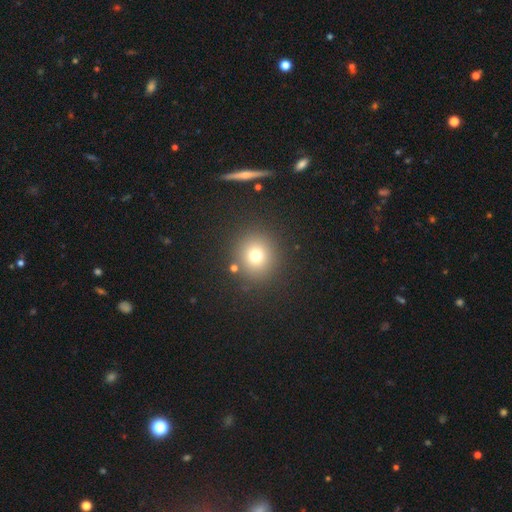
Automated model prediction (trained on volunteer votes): smooth_or_featured: smooth (p=0.72) [alt: star or artifact p=0.18]
how_rounded: round (p=0.91) [alt: in between p=0.08]
merging: none (p=0.87) [alt: minor disturbance p=0.07]